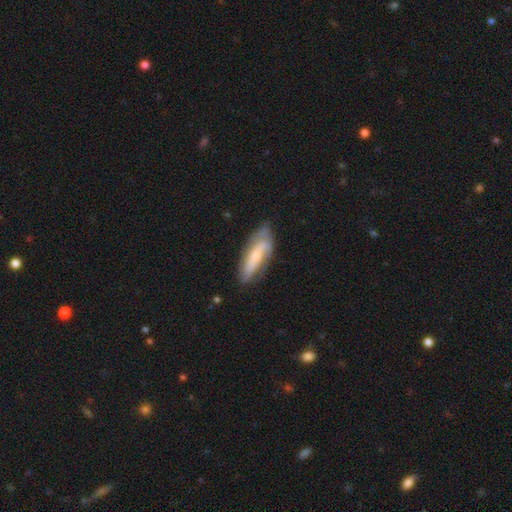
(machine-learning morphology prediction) smooth-or-featured: featured or disk: 54% | smooth: 40% | star or artifact: 6%
  disk-edge-on: no: 79% | yes: 21%
  merging: none: 59% | minor disturbance: 28% | major disturbance: 11% | merger: 2%